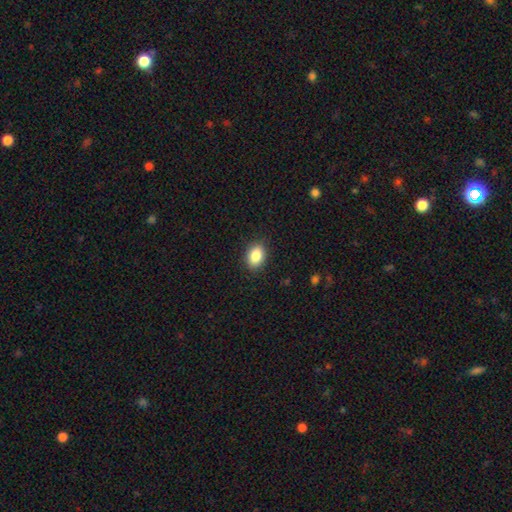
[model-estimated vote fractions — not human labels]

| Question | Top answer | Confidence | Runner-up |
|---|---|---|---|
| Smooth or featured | smooth | 87% | star or artifact (8%) |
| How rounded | in between | 80% | round (19%) |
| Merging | none | 88% | minor disturbance (9%) |